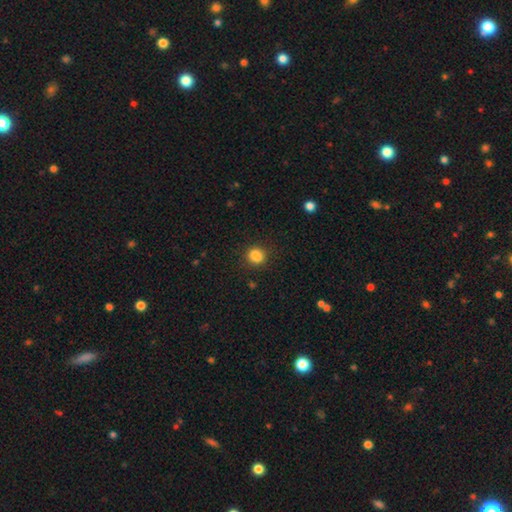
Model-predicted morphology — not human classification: type=smooth (84%); roundness=round (73%); merging=none (84%).